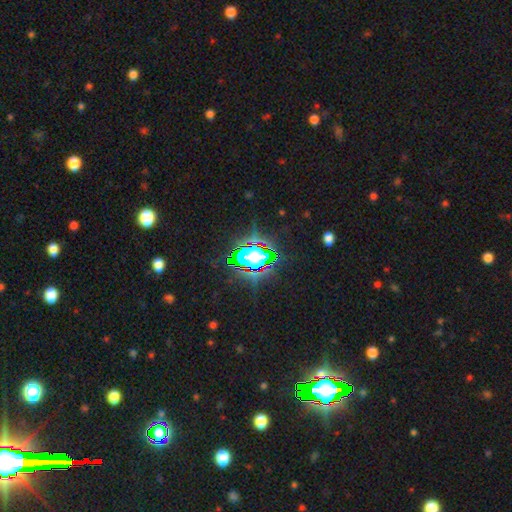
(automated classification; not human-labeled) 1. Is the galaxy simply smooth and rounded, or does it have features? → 75% star or artifact, 15% smooth, 10% featured or disk.